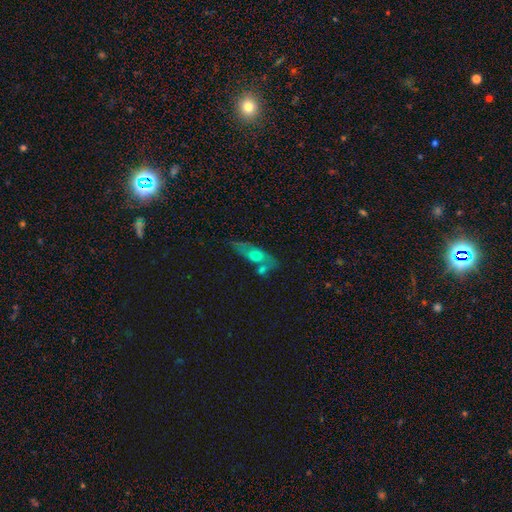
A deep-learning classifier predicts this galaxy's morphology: type=smooth (49%); merging=none (49%).